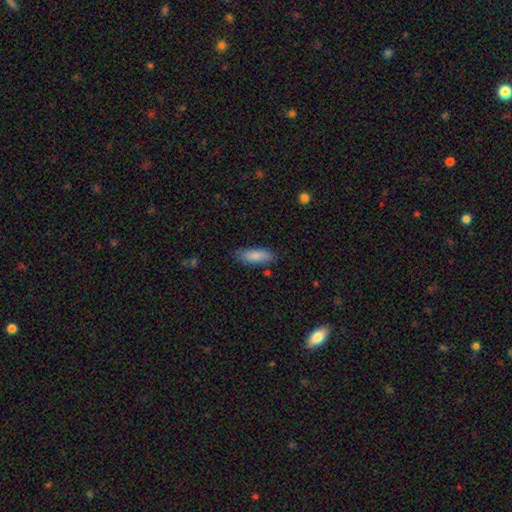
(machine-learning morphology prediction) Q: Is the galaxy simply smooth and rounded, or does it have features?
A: smooth — 86%.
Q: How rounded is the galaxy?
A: in between — 68%.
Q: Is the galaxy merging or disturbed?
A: none — 82%.